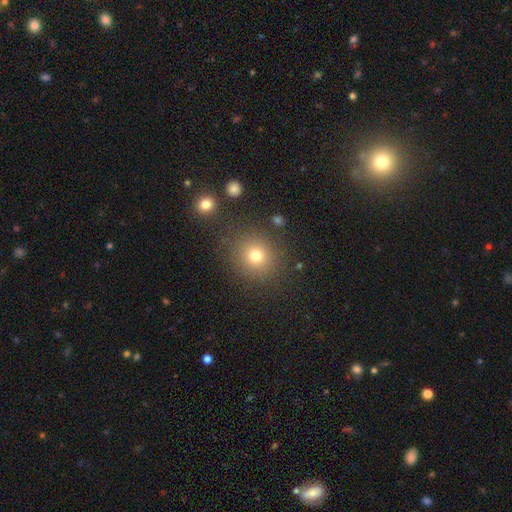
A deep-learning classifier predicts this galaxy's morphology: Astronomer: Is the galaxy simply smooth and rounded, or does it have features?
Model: smooth — 76%.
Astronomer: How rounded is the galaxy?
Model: round — 86%.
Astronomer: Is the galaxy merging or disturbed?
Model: none — 84%.